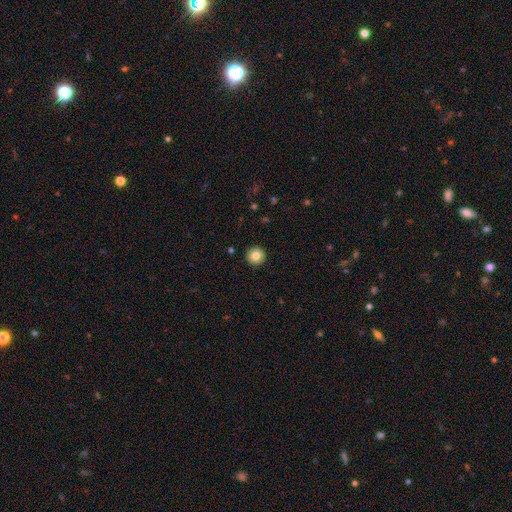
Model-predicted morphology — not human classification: Q: Smooth or featured?
A: smooth (81%); runner-up: featured or disk (10%)
Q: How rounded?
A: round (96%); runner-up: in between (3%)
Q: Merging?
A: none (93%); runner-up: minor disturbance (5%)